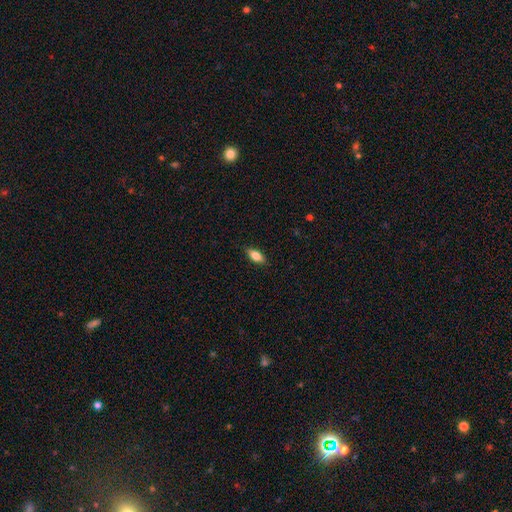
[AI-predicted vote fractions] Smooth or featured? Predicted: smooth (p=0.76). How rounded? Predicted: in between (p=0.81). Merging? Predicted: none (p=0.86).